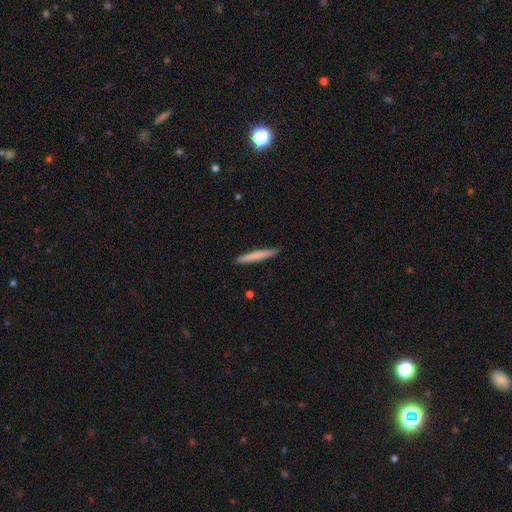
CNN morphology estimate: type=smooth (74%); roundness=cigar-shaped (97%); merging=none (92%).